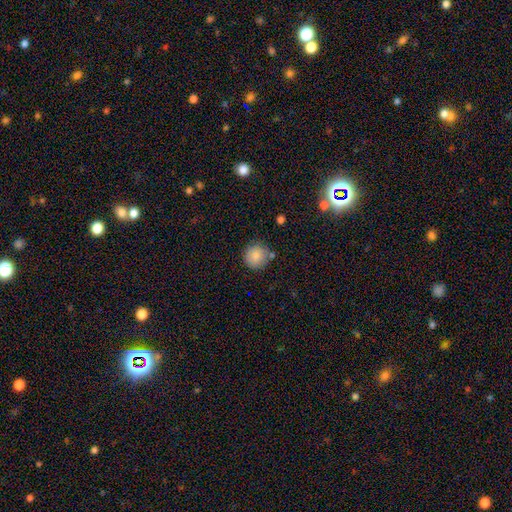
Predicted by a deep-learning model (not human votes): Smooth or featured?
  - smooth: 84% *
  - star or artifact: 9%
  - featured or disk: 7%
How rounded?
  - round: 94% *
  - in between: 5%
  - cigar-shaped: 1%
Merging?
  - none: 79% *
  - minor disturbance: 13%
  - merger: 5%
  - major disturbance: 3%